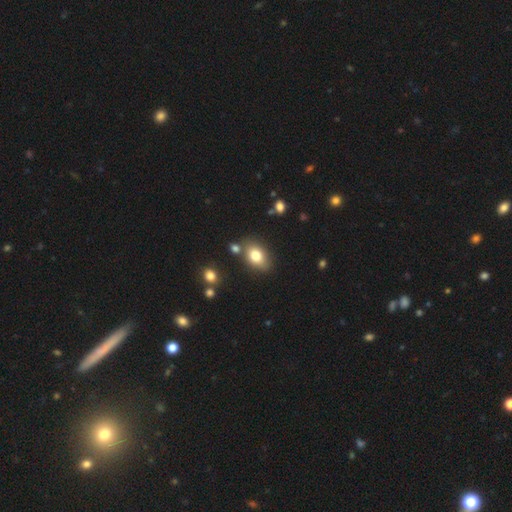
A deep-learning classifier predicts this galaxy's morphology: smooth_or_featured: smooth (p=0.79) [alt: featured or disk p=0.12]
how_rounded: in between (p=0.81) [alt: round p=0.18]
merging: none (p=0.75) [alt: minor disturbance p=0.12]